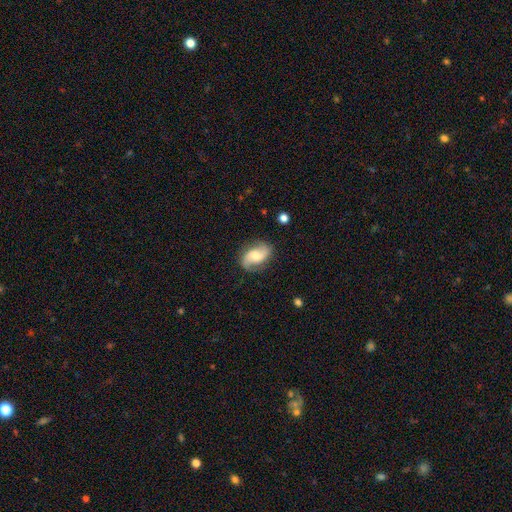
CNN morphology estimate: smooth_or_featured: featured or disk (p=0.72) [alt: smooth p=0.22]
disk_edge_on: no (p=0.97) [alt: yes p=0.03]
bar: no (p=0.52) [alt: weak p=0.38]
has_spiral_arms: yes (p=0.94) [alt: no p=0.06]
spiral_winding: loose (p=0.56) [alt: medium p=0.32]
spiral_arm_count: 2 (p=0.90) [alt: can't tell p=0.04]
bulge_size: moderate (p=0.54) [alt: small p=0.31]
merging: none (p=0.79) [alt: minor disturbance p=0.15]